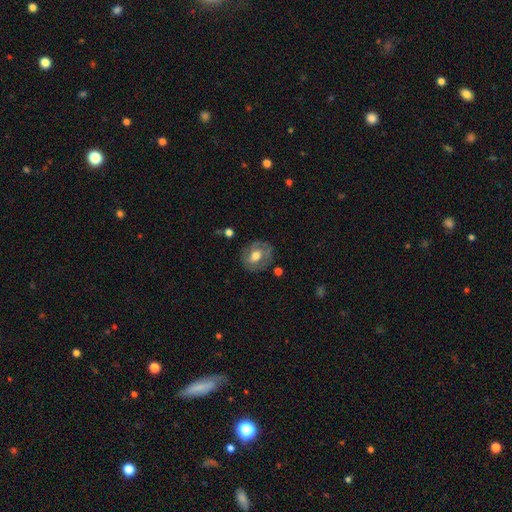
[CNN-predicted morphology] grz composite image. It shows a featured or disk galaxy (51%). Merging: none (76%).